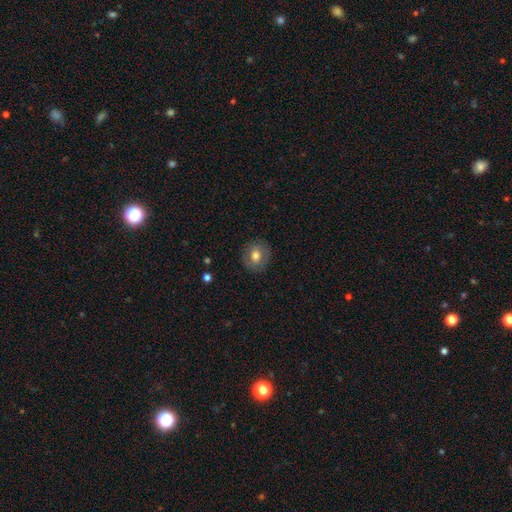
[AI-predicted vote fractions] This is likely a smooth galaxy (70%). How rounded: likely round (79%). Merging: clearly none (86%).